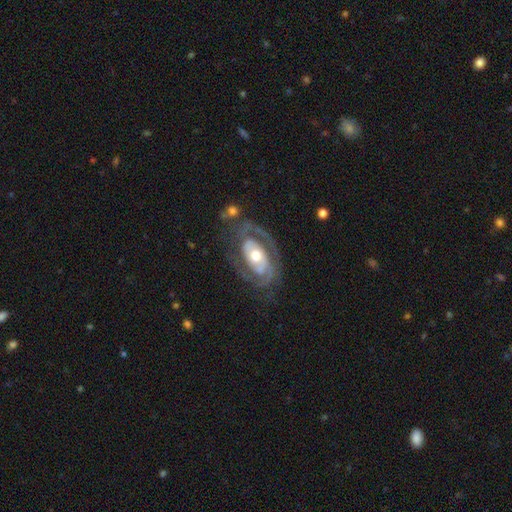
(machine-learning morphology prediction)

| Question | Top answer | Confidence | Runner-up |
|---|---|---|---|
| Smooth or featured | featured or disk | 87% | smooth (9%) |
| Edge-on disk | no | 96% | yes (4%) |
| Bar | no | 62% | weak (24%) |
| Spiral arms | yes | 92% | no (8%) |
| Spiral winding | tight | 52% | medium (37%) |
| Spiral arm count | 2 | 71% | can't tell (11%) |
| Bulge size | moderate | 69% | large (16%) |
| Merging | none | 69% | minor disturbance (17%) |